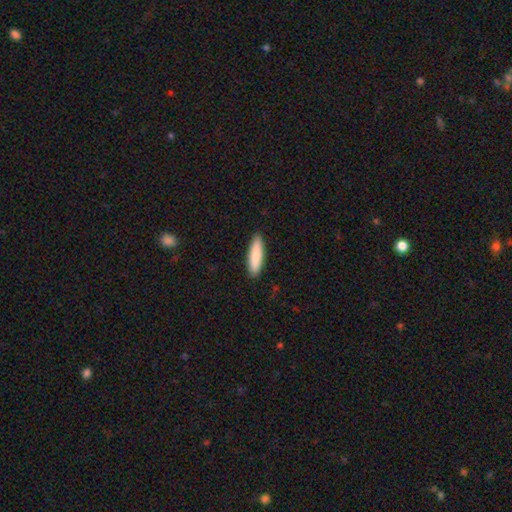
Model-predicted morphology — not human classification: Smooth or featured?
  - smooth: 87% *
  - featured or disk: 8%
  - star or artifact: 5%
How rounded?
  - cigar-shaped: 73% *
  - in between: 26%
  - round: 1%
Merging?
  - none: 90% *
  - minor disturbance: 7%
  - major disturbance: 1%
  - merger: 1%